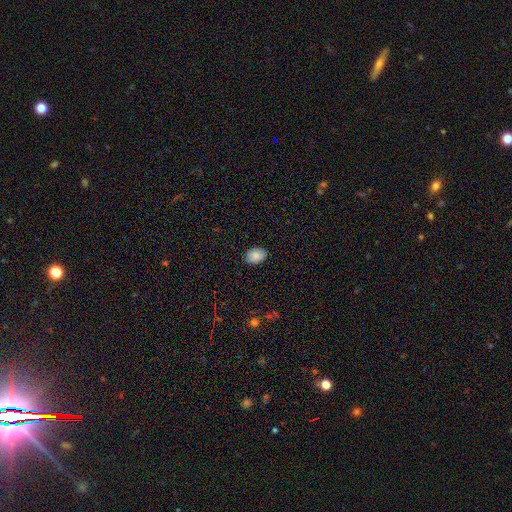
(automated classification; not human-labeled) A smooth galaxy with no disk features (86%) that is in between round and cigar-shaped (77%). Merging: none (85%).